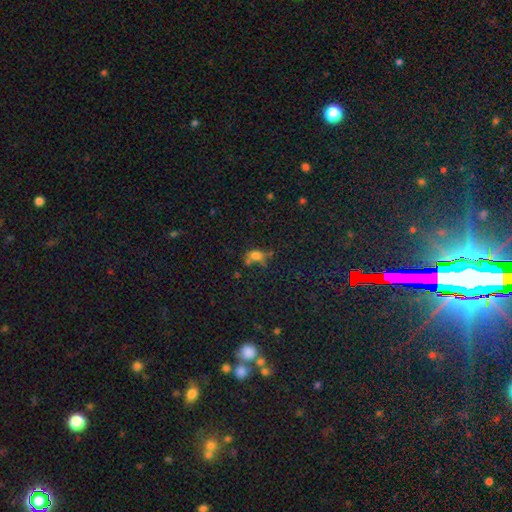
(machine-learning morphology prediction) Smooth or featured? Predicted: smooth (p=0.67). How rounded? Predicted: in between (p=0.63). Merging? Predicted: none (p=0.38).